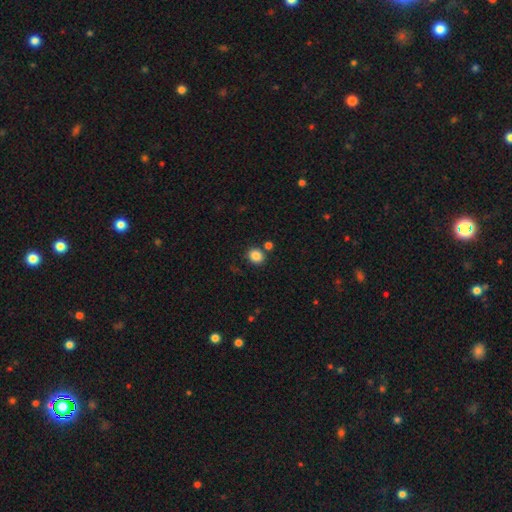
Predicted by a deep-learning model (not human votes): smooth 85%, star or artifact 11%, featured or disk 4%. Down the decision tree: how rounded — round (74%); merging — none (79%).